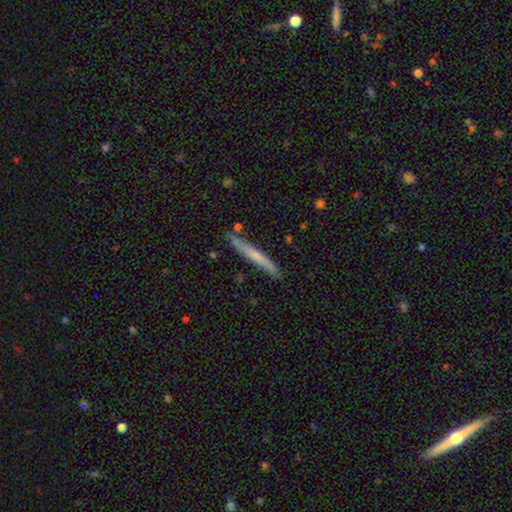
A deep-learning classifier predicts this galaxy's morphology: smooth_or_featured: smooth (p=0.56) [alt: featured or disk p=0.39]
how_rounded: cigar-shaped (p=0.96) [alt: in between p=0.02]
merging: none (p=0.86) [alt: minor disturbance p=0.10]